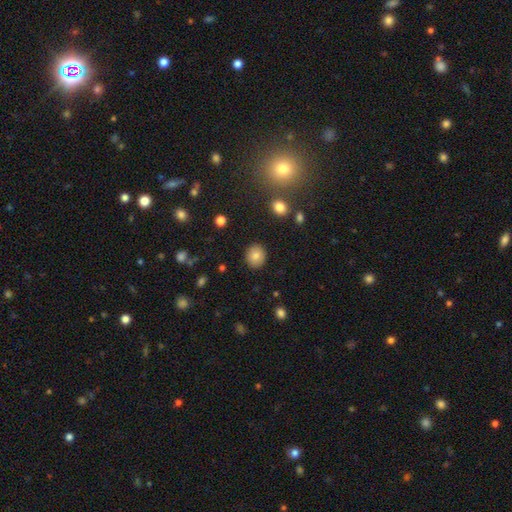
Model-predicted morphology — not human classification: A smooth galaxy with no disk features (81%) that is round (79%). Merging: none (90%).